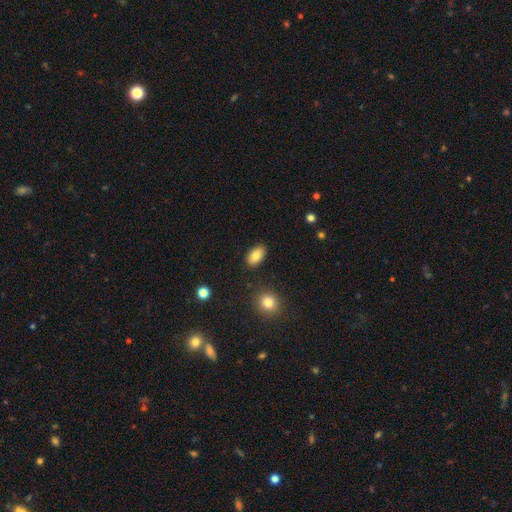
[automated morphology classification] A smooth galaxy with no disk features (84%) that is in between round and cigar-shaped (92%). Merging: none (87%).